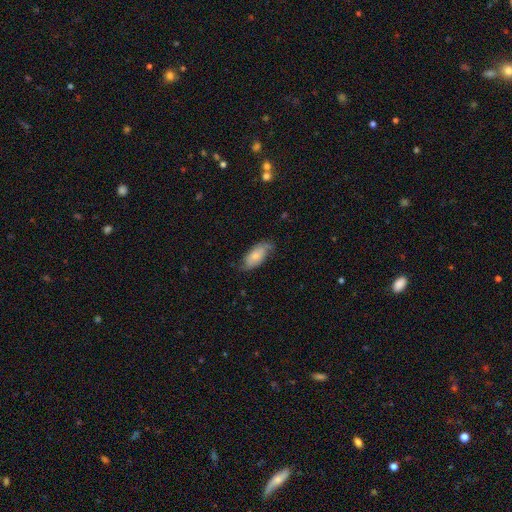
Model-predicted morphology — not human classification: smooth-or-featured: smooth: 68% | featured or disk: 26% | star or artifact: 6%
  how-rounded: in between: 88% | cigar-shaped: 10% | round: 2%
  merging: none: 64% | minor disturbance: 28% | major disturbance: 7% | merger: 1%